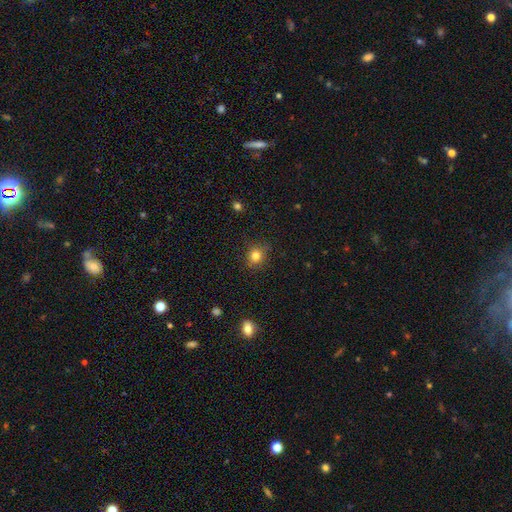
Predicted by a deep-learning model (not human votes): smooth_or_featured: smooth (p=0.81) [alt: star or artifact p=0.13]
how_rounded: round (p=0.83) [alt: in between p=0.16]
merging: none (p=0.83) [alt: minor disturbance p=0.13]